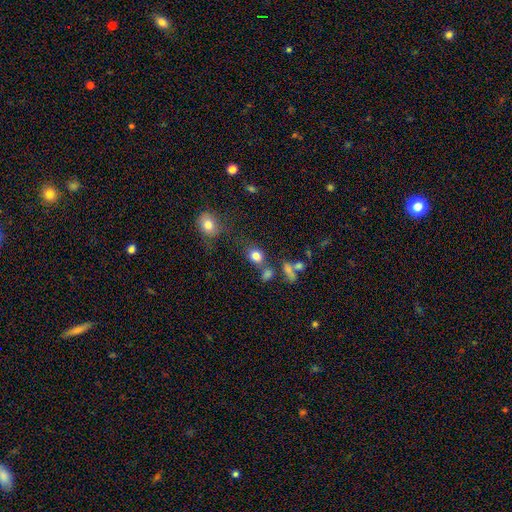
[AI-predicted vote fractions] Smooth or featured? smooth (79%)
How rounded? round (57%)
Merging? none (60%)